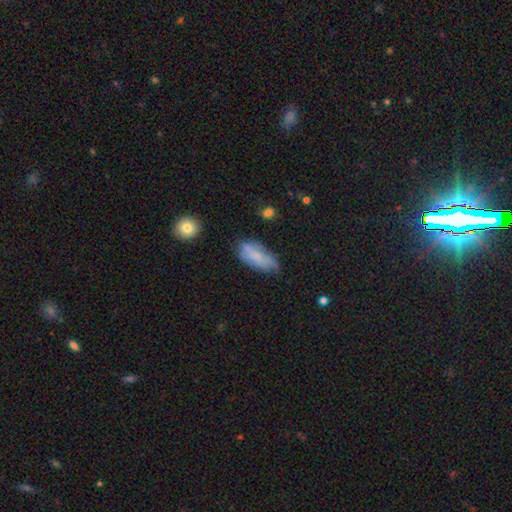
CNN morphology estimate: This appears to be a smooth galaxy with no disk features (68%) that is in between round and cigar-shaped (85%). Merging: none (52%).